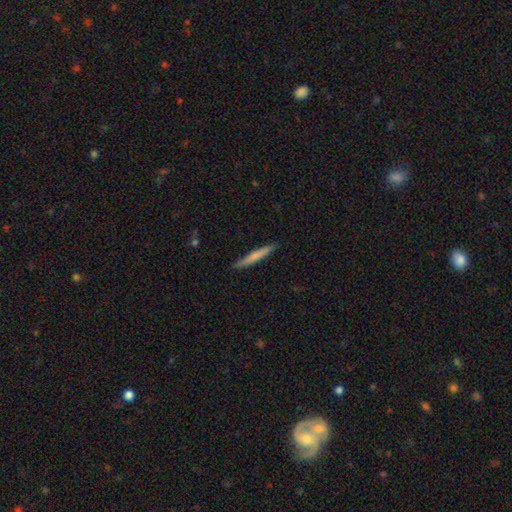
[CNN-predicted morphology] This is likely a smooth galaxy (65%). How rounded: clearly cigar-shaped (95%). Merging: clearly none (89%).